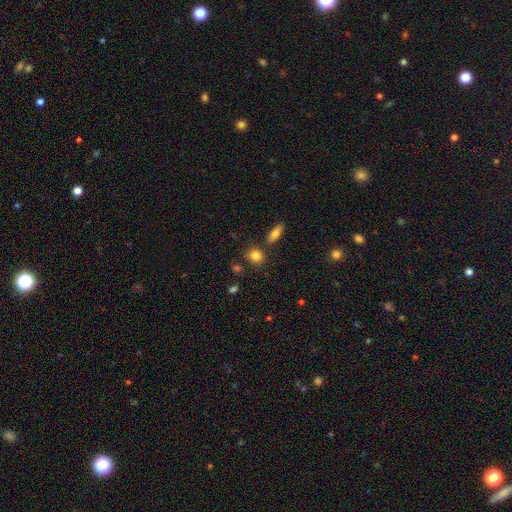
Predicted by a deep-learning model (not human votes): Smooth or featured?
  - smooth: 83% *
  - star or artifact: 10%
  - featured or disk: 7%
How rounded?
  - round: 65% *
  - in between: 32%
  - cigar-shaped: 2%
Merging?
  - none: 77% *
  - minor disturbance: 11%
  - merger: 9%
  - major disturbance: 3%